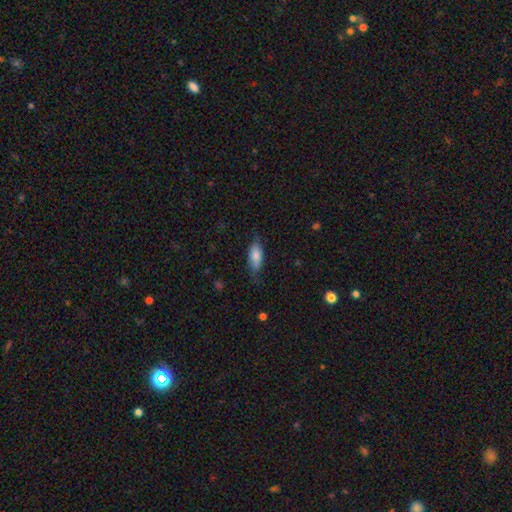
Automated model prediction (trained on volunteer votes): A smooth galaxy with no disk features (77%) that is in between round and cigar-shaped (77%). Merging: none (69%).